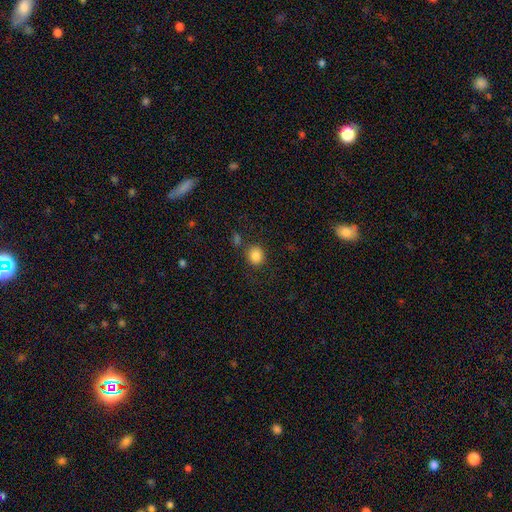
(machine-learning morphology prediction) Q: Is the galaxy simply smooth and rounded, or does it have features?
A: smooth — 85%.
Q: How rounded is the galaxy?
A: round — 84%.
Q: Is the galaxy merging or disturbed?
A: none — 82%.